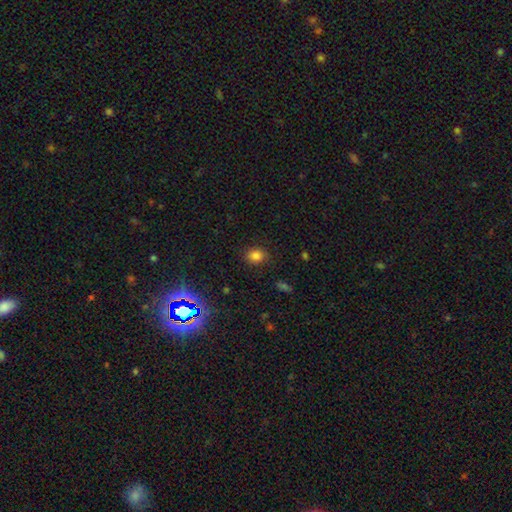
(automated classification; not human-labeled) Smooth or featured: smooth — 80% (star or artifact — 14%)
How rounded: round — 59% (in between — 40%)
Merging: none — 84% (minor disturbance — 11%)